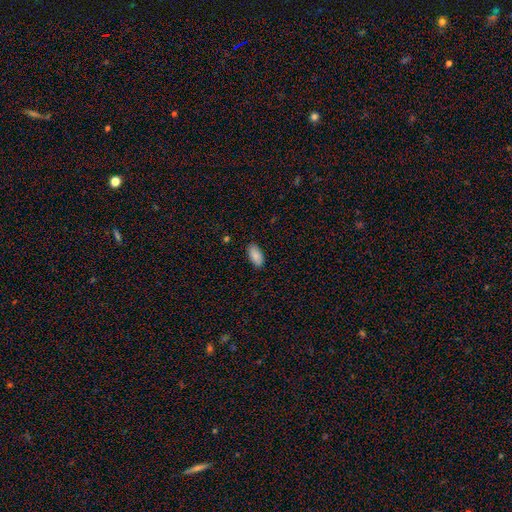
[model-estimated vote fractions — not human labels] The model was most divided on "merging": none: 86%, minor disturbance: 10%, major disturbance: 2%, merger: 1%. More confident: how rounded — in between (93%); smooth or featured — smooth (89%).